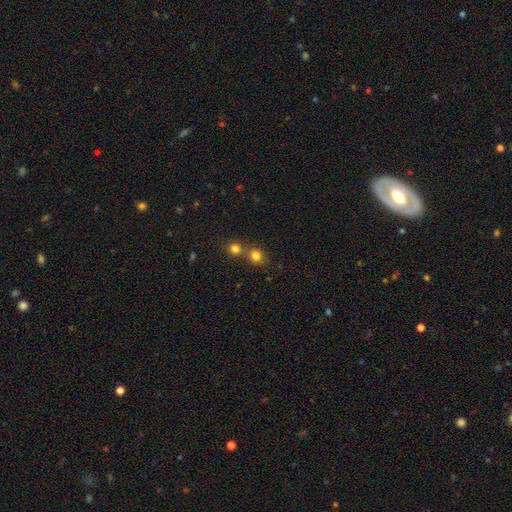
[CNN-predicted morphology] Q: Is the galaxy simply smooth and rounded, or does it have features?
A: smooth — 80%.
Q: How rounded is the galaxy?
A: round — 84%.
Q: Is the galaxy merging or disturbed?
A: none — 59%.